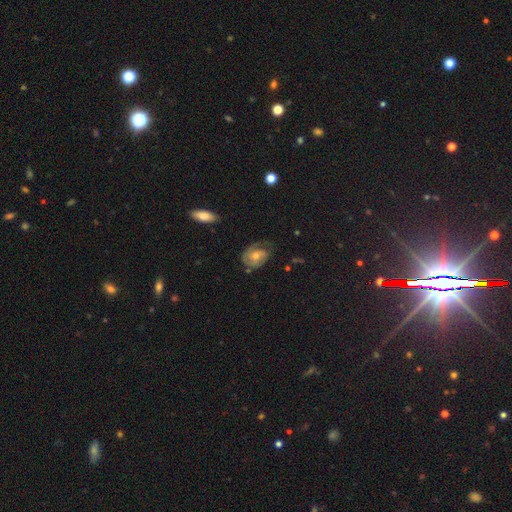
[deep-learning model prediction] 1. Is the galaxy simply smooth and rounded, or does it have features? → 72% featured or disk, 20% smooth, 8% star or artifact.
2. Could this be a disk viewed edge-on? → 96% no, 4% yes.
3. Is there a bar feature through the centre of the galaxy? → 66% no, 29% weak, 6% strong.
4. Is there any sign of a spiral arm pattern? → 89% yes, 11% no.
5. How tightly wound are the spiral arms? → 55% tight, 33% medium, 12% loose.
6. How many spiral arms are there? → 42% 2, 27% 1, 21% can't tell, 6% 3, 2% 4, 2% more than 4.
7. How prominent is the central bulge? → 59% moderate, 32% small, 5% large, 2% none, 1% dominant.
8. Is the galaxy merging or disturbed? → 59% none, 23% minor disturbance, 15% major disturbance, 2% merger.